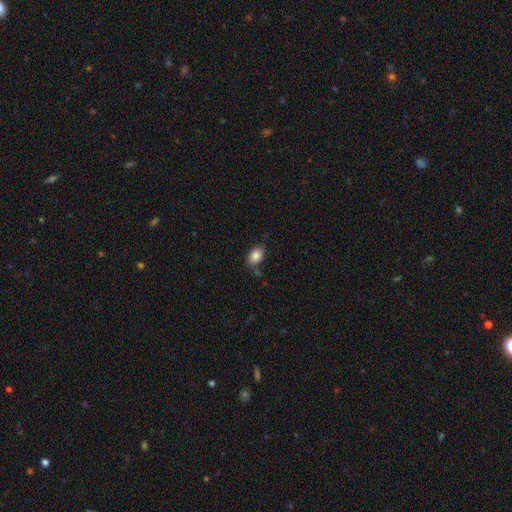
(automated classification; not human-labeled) Smooth or featured? Predicted: smooth (p=0.86). How rounded? Predicted: in between (p=0.82). Merging? Predicted: none (p=0.77).